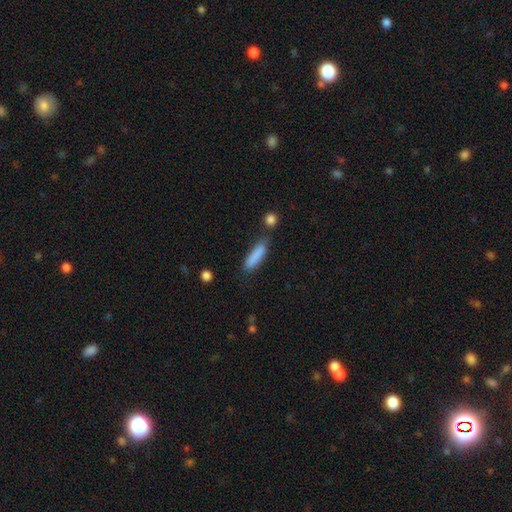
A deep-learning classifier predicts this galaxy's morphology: A smooth galaxy with no disk features (86%) that is cigar-shaped (69%). Merging: none (70%).